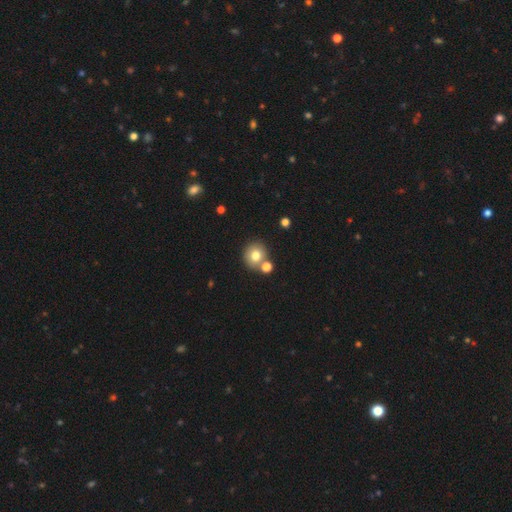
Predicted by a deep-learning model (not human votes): This is likely a smooth galaxy (77%). How rounded: clearly round (87%). Merging: likely none (66%).